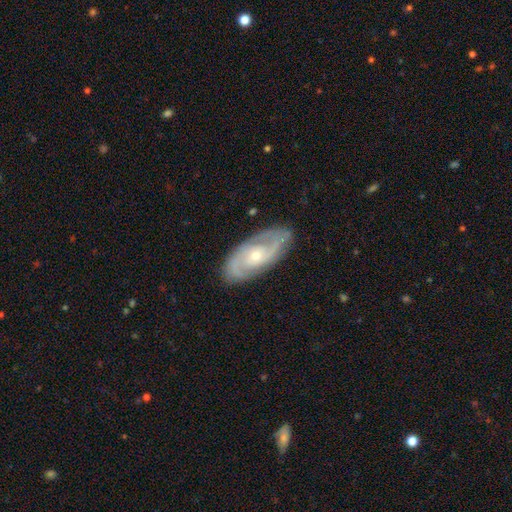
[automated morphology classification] Smooth or featured?
  - featured or disk: 83% *
  - smooth: 11%
  - star or artifact: 5%
Edge-on disk?
  - no: 93% *
  - yes: 7%
Bar?
  - no: 67% *
  - weak: 28%
  - strong: 6%
Spiral arms?
  - yes: 94% *
  - no: 6%
Spiral winding?
  - tight: 46% *
  - medium: 43%
  - loose: 11%
Spiral arm count?
  - 2: 74% *
  - can't tell: 13%
  - 3: 7%
  - 1: 2%
  - 4: 2%
  - more than 4: 2%
Bulge size?
  - small: 59% *
  - moderate: 37%
  - large: 2%
  - none: 1%
  - dominant: 1%
Merging?
  - none: 82% *
  - minor disturbance: 13%
  - major disturbance: 3%
  - merger: 1%